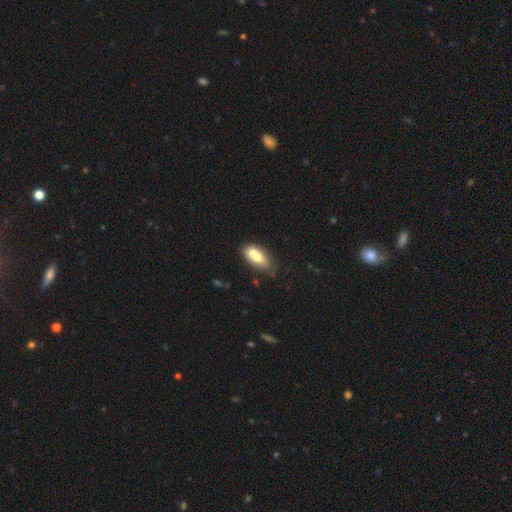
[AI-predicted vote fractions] The model was most divided on "merging": none: 41%, merger: 35%, minor disturbance: 19%, major disturbance: 6%. More confident: how rounded — in between (86%); smooth or featured — smooth (68%).